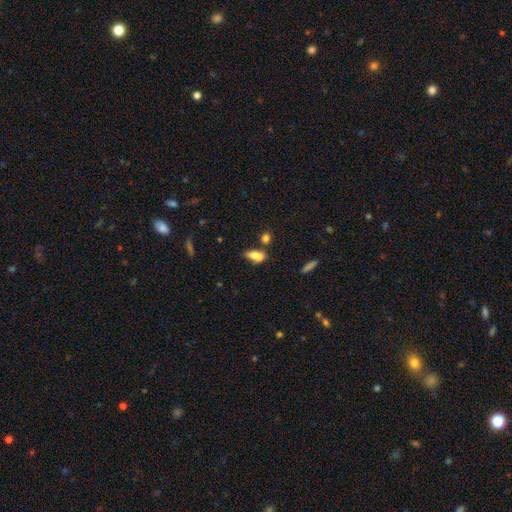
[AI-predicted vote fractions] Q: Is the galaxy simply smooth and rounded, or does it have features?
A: smooth — 77%.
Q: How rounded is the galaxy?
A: in between — 83%.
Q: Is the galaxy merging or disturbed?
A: none — 52%.